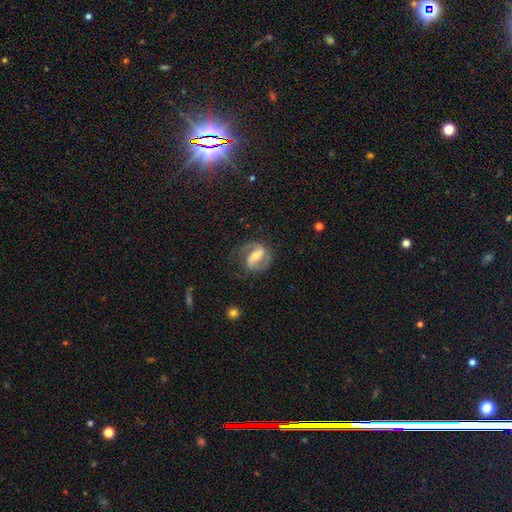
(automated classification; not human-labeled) The model was most divided on "bulge size": moderate: 53%, small: 38%, large: 5%, none: 3%, dominant: 1%. More confident: edge-on disk — no (97%); spiral arms — yes (95%); spiral arm count — 2 (89%); smooth or featured — featured or disk (85%); merging — none (72%); spiral winding — medium (53%); bar — strong (51%).